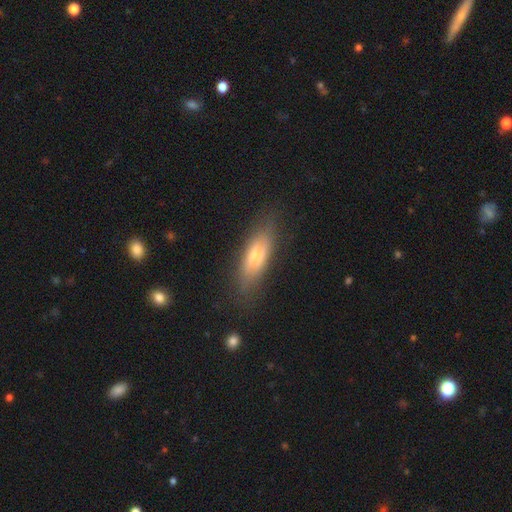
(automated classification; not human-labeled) This is possibly a smooth galaxy (51%). How rounded: possibly in between (50%). Merging: likely none (75%).